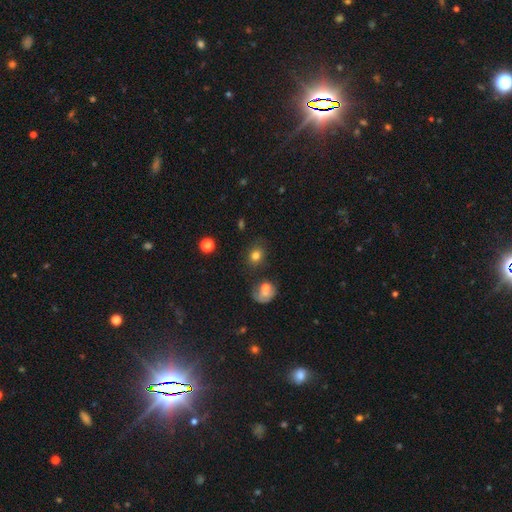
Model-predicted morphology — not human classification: The model was most divided on "how rounded": round: 62%, in between: 37%, cigar-shaped: 1%. More confident: smooth or featured — smooth (78%); merging — none (75%).